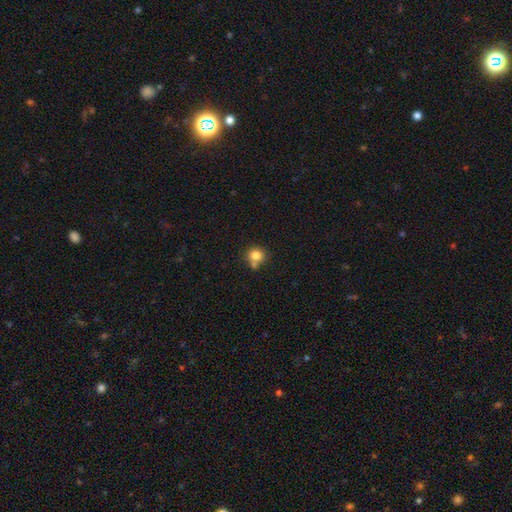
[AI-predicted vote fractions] This appears to be a smooth galaxy with no disk features (80%) that is round (85%). Merging: none (58%).